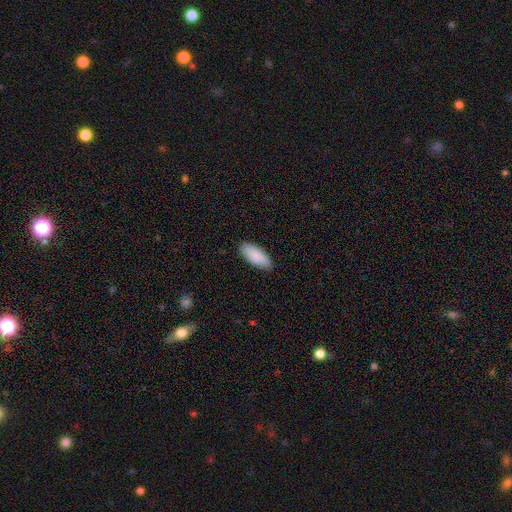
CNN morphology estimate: Q: Smooth or featured?
A: smooth (88%); runner-up: featured or disk (6%)
Q: How rounded?
A: in between (86%); runner-up: cigar-shaped (12%)
Q: Merging?
A: none (88%); runner-up: minor disturbance (10%)